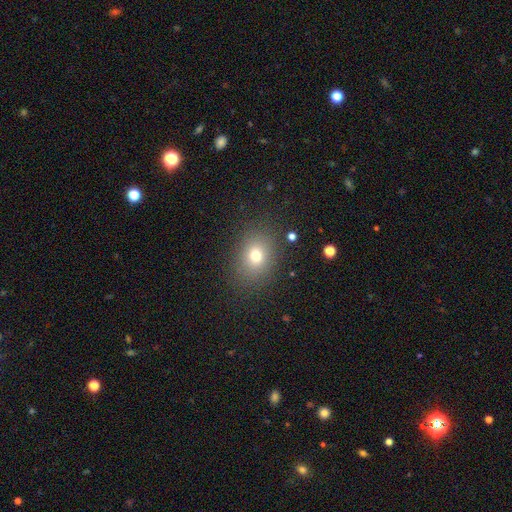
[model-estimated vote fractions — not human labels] Q: Smooth or featured?
A: smooth (75%); runner-up: star or artifact (14%)
Q: How rounded?
A: in between (56%); runner-up: round (43%)
Q: Merging?
A: none (84%); runner-up: minor disturbance (10%)